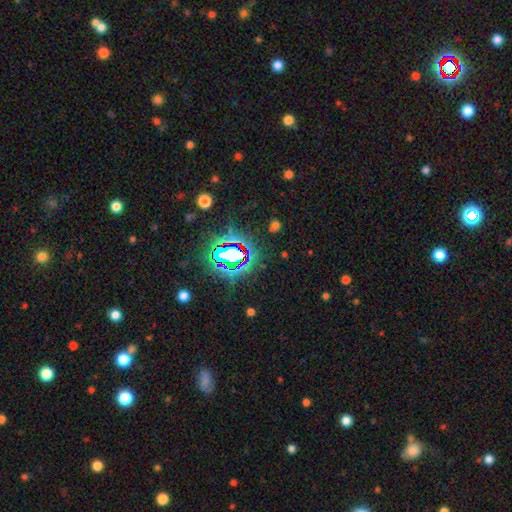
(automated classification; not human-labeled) Smooth or featured: star or artifact — 80% (smooth — 11%)